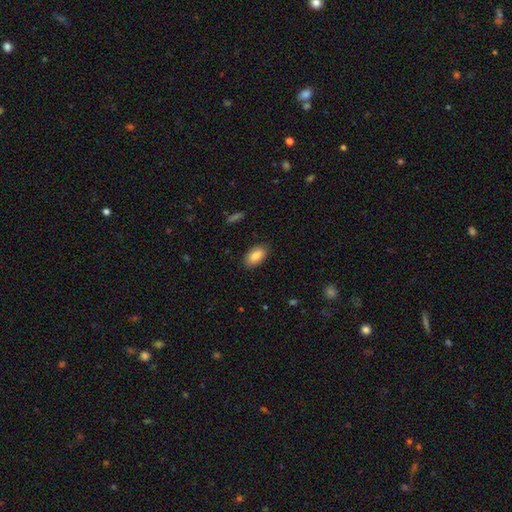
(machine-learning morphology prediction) type=smooth (86%); roundness=in between (93%); merging=none (87%).